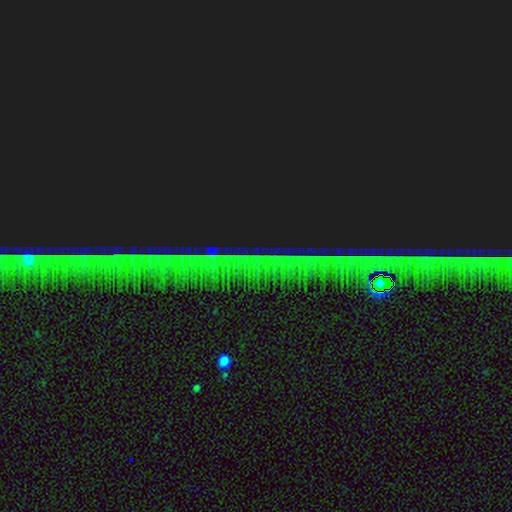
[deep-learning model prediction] Smooth or featured? star or artifact (86%)